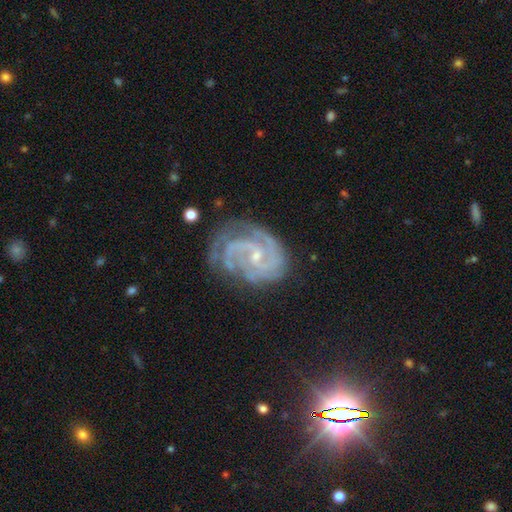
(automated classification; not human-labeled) This is clearly a featured or disk galaxy (90%). It is clearly not viewed edge-on (98%). Bar: possibly no (53%). Spiral arm pattern: clearly yes (98%). Spiral arm count: marginally 2 (39%). Spiral winding: likely tight (62%). Central bulge: likely small (74%). Merging: likely none (66%).